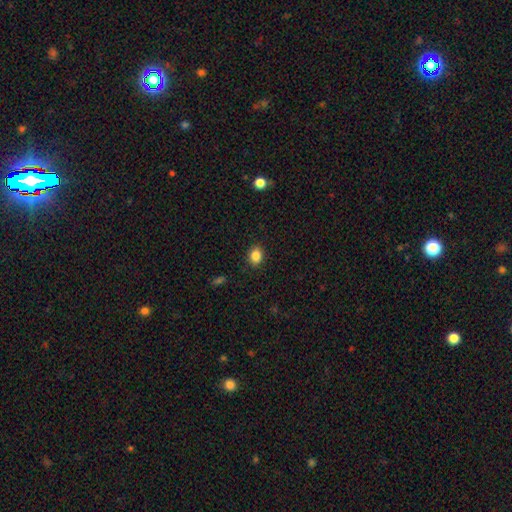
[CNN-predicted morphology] Q: Smooth or featured?
A: smooth (85%); runner-up: star or artifact (10%)
Q: How rounded?
A: in between (58%); runner-up: round (41%)
Q: Merging?
A: none (89%); runner-up: minor disturbance (8%)